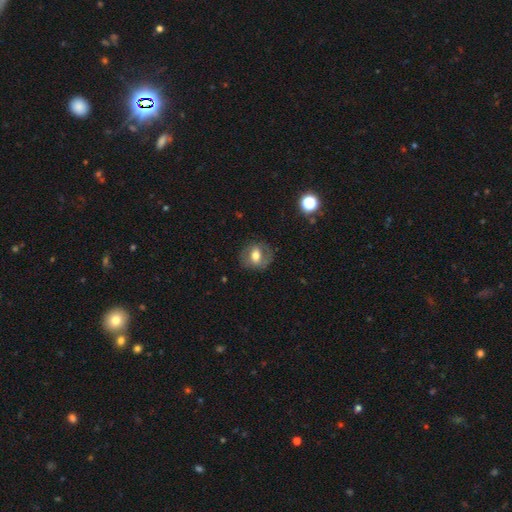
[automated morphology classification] smooth_or_featured: smooth (p=0.53) [alt: featured or disk p=0.37]
how_rounded: round (p=0.59) [alt: in between p=0.40]
merging: none (p=0.75) [alt: minor disturbance p=0.16]